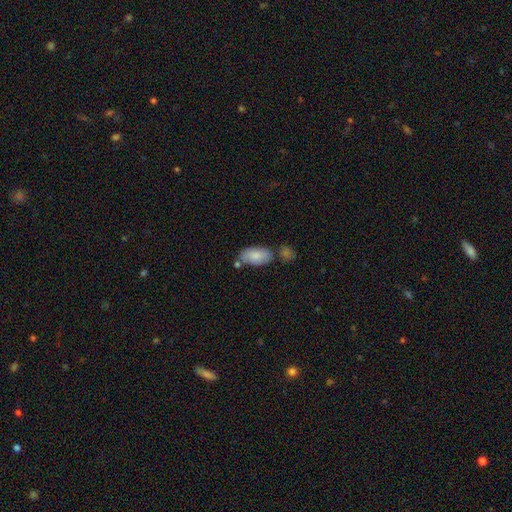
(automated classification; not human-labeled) Q: Smooth or featured?
A: smooth (83%); runner-up: featured or disk (10%)
Q: How rounded?
A: in between (93%); runner-up: cigar-shaped (4%)
Q: Merging?
A: none (62%); runner-up: minor disturbance (17%)